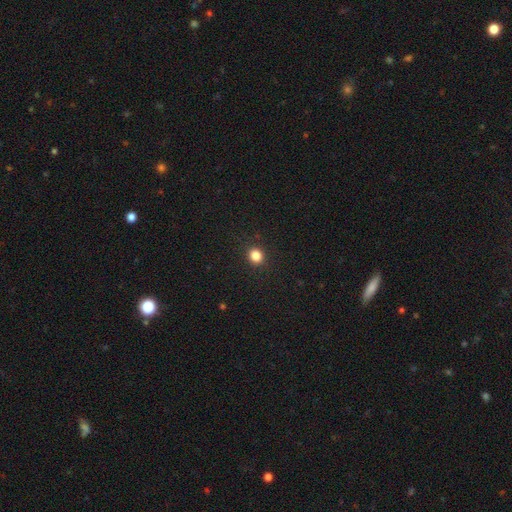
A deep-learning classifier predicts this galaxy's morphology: Smooth or featured?
  - smooth: 84% *
  - star or artifact: 12%
  - featured or disk: 4%
How rounded?
  - round: 83% *
  - in between: 16%
  - cigar-shaped: 1%
Merging?
  - none: 91% *
  - minor disturbance: 6%
  - major disturbance: 2%
  - merger: 1%